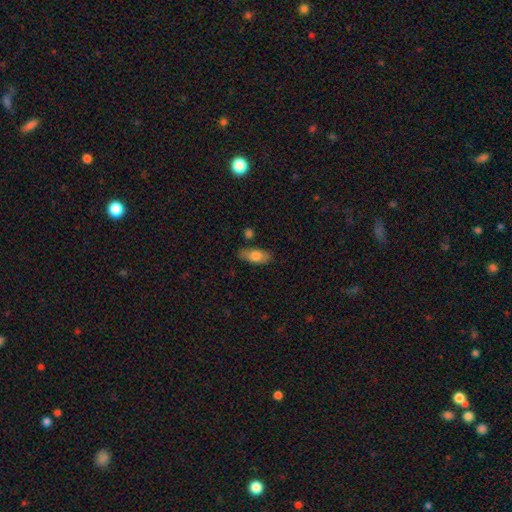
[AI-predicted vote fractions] This is likely a smooth galaxy (75%). How rounded: clearly in between (84%). Merging: likely none (79%).